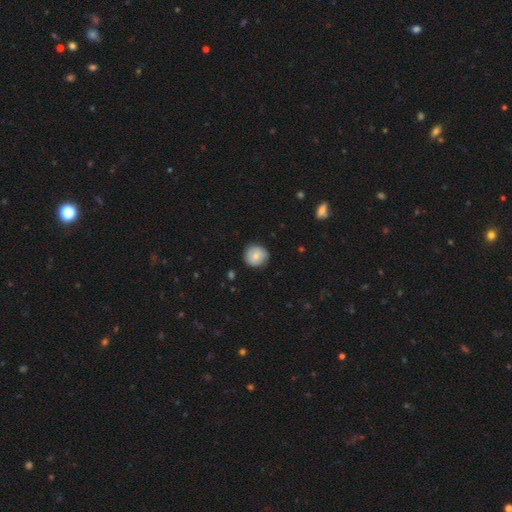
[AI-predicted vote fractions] A smooth galaxy with no disk features (71%) that is round (90%).

Vote fractions:
- Smooth or featured? smooth: 71% / featured or disk: 21% / star or artifact: 7%
- How rounded? round: 90% / in between: 9% / cigar-shaped: 1%
- Merging? none: 83% / minor disturbance: 13% / major disturbance: 3% / merger: 1%